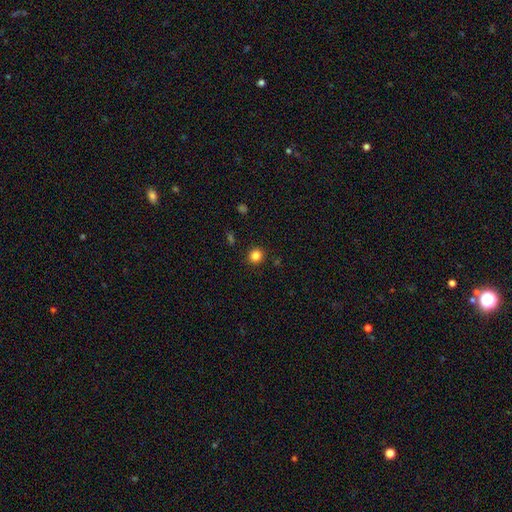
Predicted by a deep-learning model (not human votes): This is clearly a smooth galaxy (84%). How rounded: clearly round (91%). Merging: clearly none (91%).